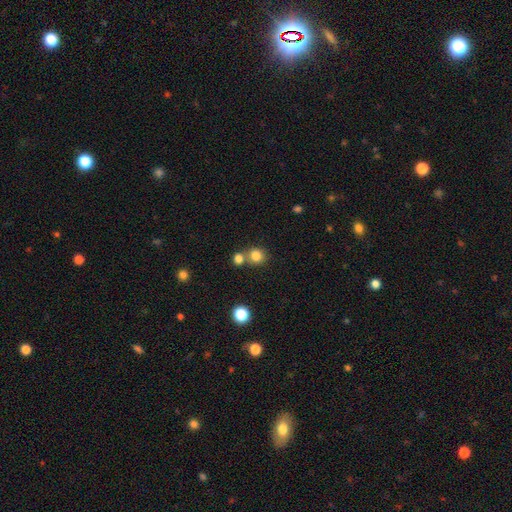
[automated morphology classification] This is clearly a smooth galaxy (82%). How rounded: clearly round (87%). Merging: possibly none (59%).